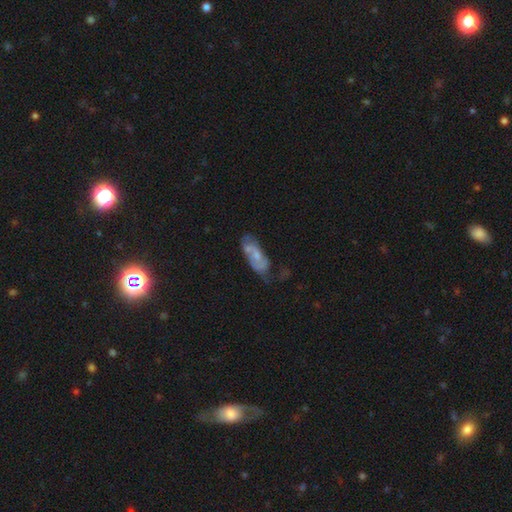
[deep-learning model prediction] Smooth or featured: featured or disk — 60% (smooth — 32%)
Edge-on disk: no — 91% (yes — 9%)
Bar: no — 56% (weak — 36%)
Spiral arms: yes — 75% (no — 25%)
Bulge size: small — 50% (moderate — 37%)
Merging: none — 53% (minor disturbance — 29%)